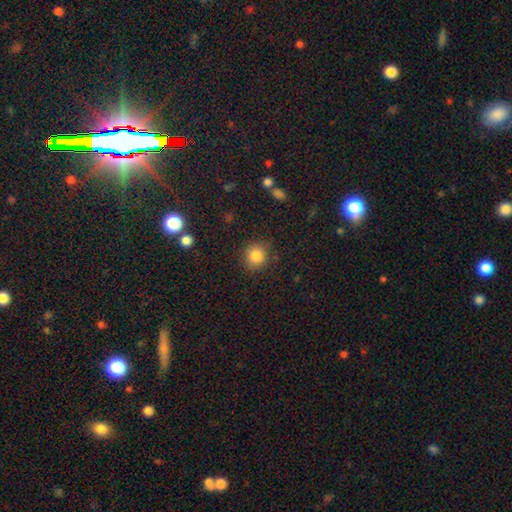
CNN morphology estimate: smooth_or_featured: smooth (p=0.83) [alt: star or artifact p=0.11]
how_rounded: round (p=0.88) [alt: in between p=0.11]
merging: none (p=0.87) [alt: minor disturbance p=0.09]